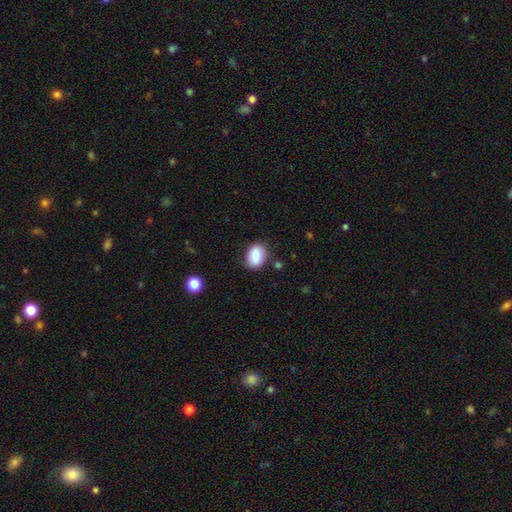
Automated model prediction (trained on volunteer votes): The model was most divided on "how rounded": in between: 74%, round: 25%, cigar-shaped: 1%. More confident: smooth or featured — smooth (84%); merging — none (82%).